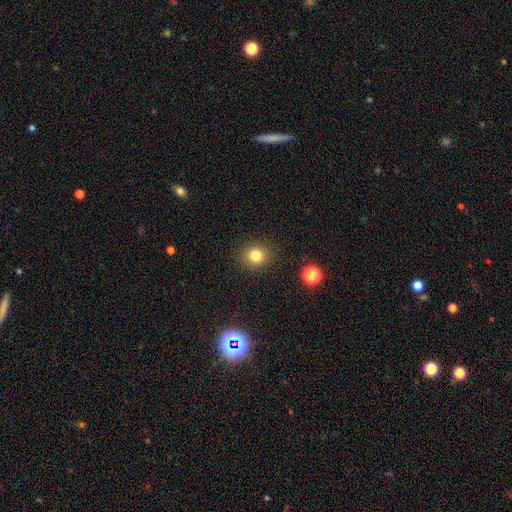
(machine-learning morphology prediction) Overall: smooth (80%). How rounded: round (84%). Merging: none (89%).